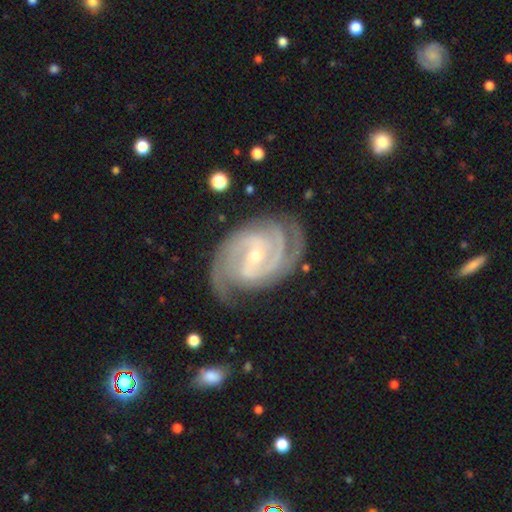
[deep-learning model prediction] This is clearly a featured or disk galaxy (93%). It is clearly not viewed edge-on (97%). Bar: marginally weak (43%). Spiral arm pattern: clearly yes (99%). Spiral arm count: possibly 2 (51%). Spiral winding: likely tight (63%). Central bulge: likely small (65%). Merging: likely none (77%).